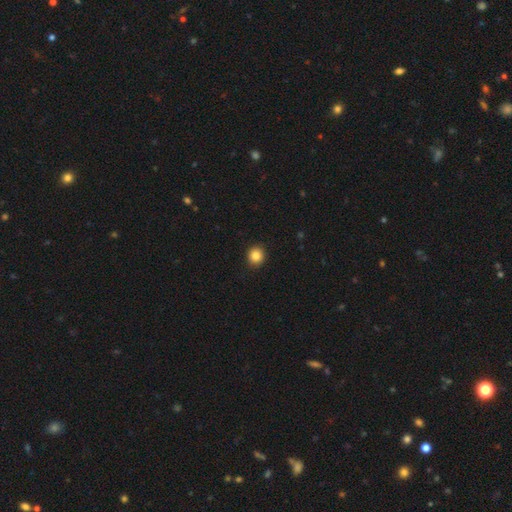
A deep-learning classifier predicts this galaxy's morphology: A smooth galaxy with no disk features (86%) that is round (85%).

Vote fractions:
- Smooth or featured? smooth: 86% / star or artifact: 10% / featured or disk: 4%
- How rounded? round: 85% / in between: 14% / cigar-shaped: 1%
- Merging? none: 92% / minor disturbance: 5% / major disturbance: 2% / merger: 1%